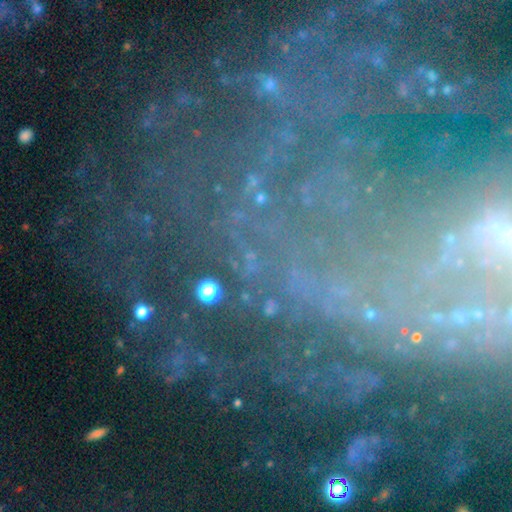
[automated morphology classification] Smooth or featured: star or artifact — 50% (featured or disk — 36%)